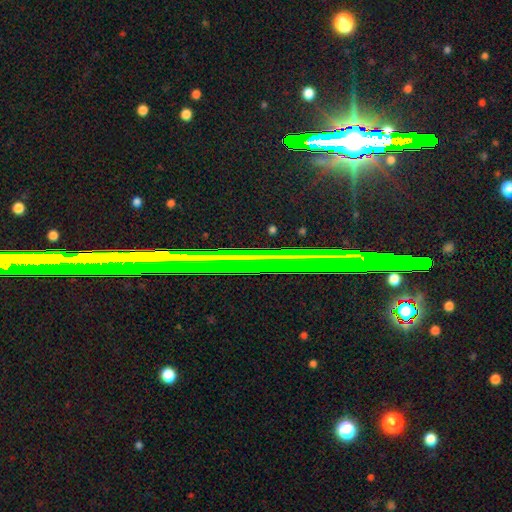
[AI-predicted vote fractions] Smooth or featured: star or artifact — 78% (featured or disk — 14%)